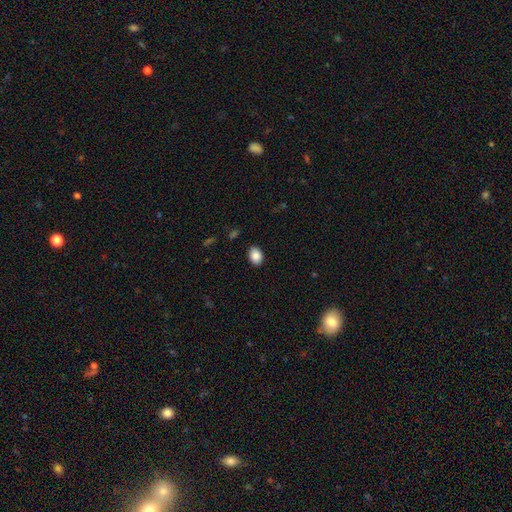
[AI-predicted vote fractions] The model was most divided on "how rounded": in between: 73%, round: 26%, cigar-shaped: 1%. More confident: merging — none (89%); smooth or featured — smooth (88%).